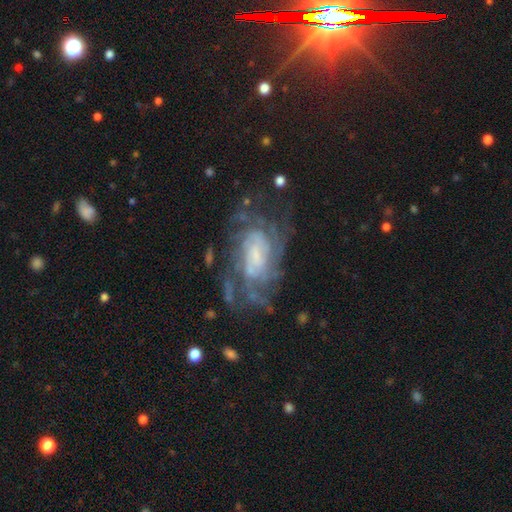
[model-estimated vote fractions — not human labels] featured or disk 83%, smooth 9%, star or artifact 8%. Down the decision tree: edge-on disk — no (96%); bar — no (52%); spiral arms — yes (92%); spiral arm count — can't tell (41%); spiral winding — tight (55%); bulge size — small (39%); merging — none (62%).